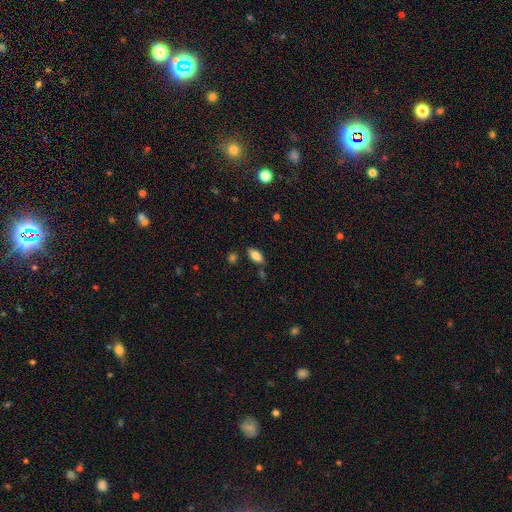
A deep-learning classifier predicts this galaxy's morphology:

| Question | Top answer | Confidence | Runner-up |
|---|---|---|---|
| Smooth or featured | smooth | 82% | featured or disk (10%) |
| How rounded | in between | 90% | cigar-shaped (7%) |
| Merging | none | 79% | minor disturbance (13%) |